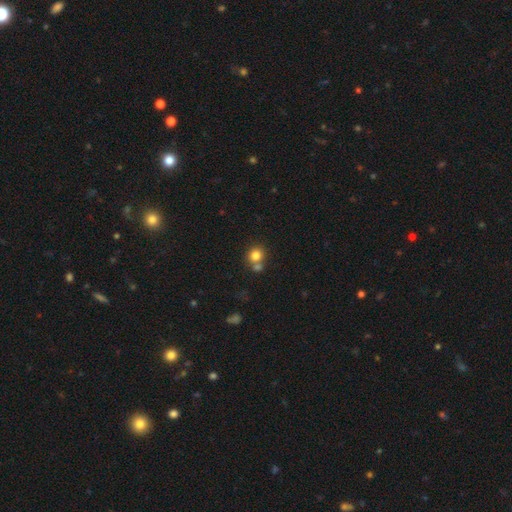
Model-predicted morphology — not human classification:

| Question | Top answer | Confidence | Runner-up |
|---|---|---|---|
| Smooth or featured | smooth | 80% | star or artifact (11%) |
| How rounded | round | 83% | in between (16%) |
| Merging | none | 57% | merger (30%) |